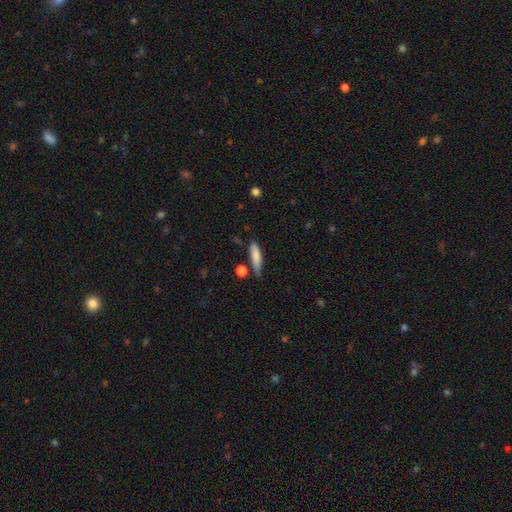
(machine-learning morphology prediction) The model was most divided on "merging": none: 60%, minor disturbance: 27%, merger: 6%, major disturbance: 6%. More confident: smooth or featured — smooth (78%); how rounded — cigar-shaped (67%).